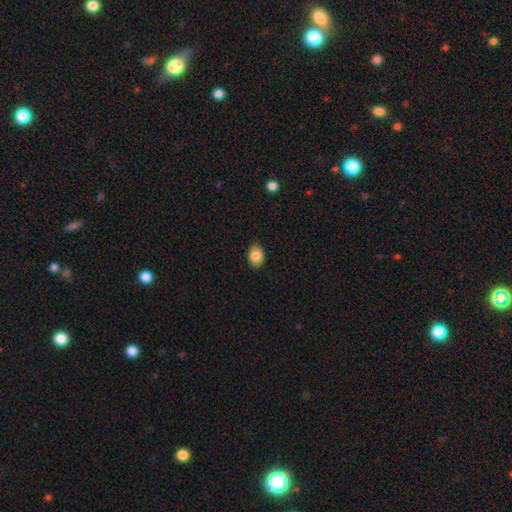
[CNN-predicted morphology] This appears to be a smooth galaxy with no disk features (86%) that is in between round and cigar-shaped (79%). Merging: none (86%).